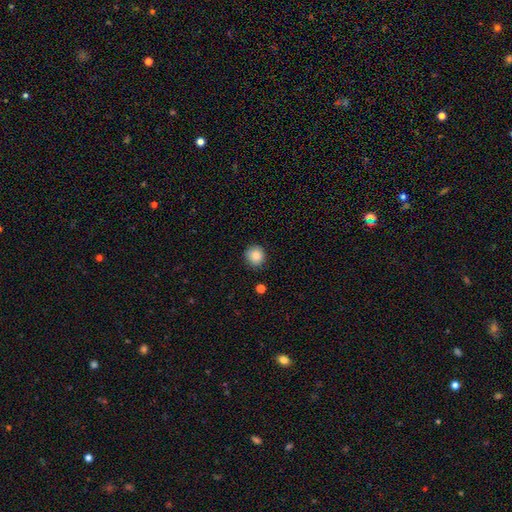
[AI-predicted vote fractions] smooth-or-featured: smooth: 86% | star or artifact: 9% | featured or disk: 5%
  how-rounded: round: 89% | in between: 10% | cigar-shaped: 1%
  merging: none: 86% | minor disturbance: 10% | major disturbance: 2% | merger: 2%